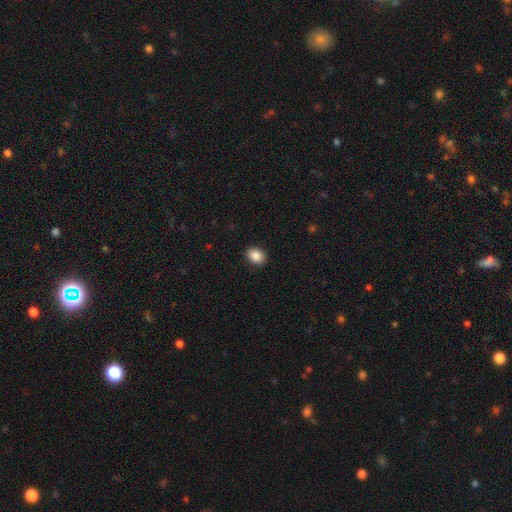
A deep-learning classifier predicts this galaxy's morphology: This is clearly a smooth galaxy (88%). How rounded: likely in between (62%). Merging: clearly none (90%).